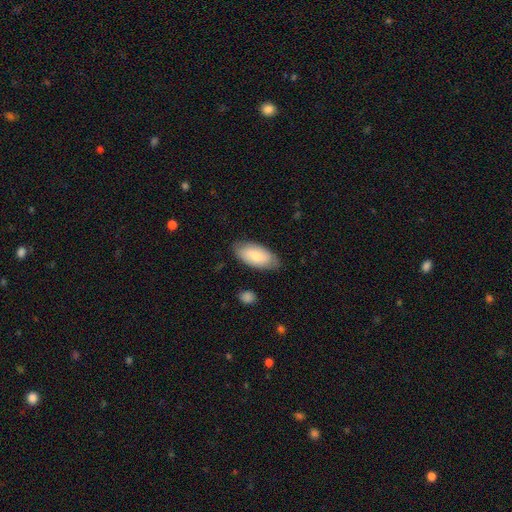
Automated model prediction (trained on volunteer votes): This appears to be a smooth galaxy with no disk features (75%) that is in between round and cigar-shaped (93%). Merging: none (79%).